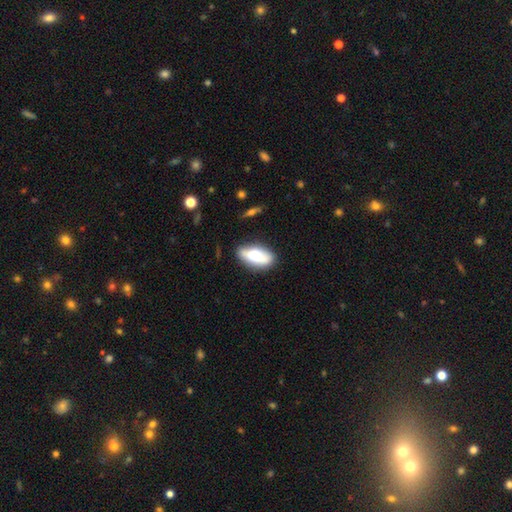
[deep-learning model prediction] Overall: smooth (67%). How rounded: in between (81%). Merging: none (81%).